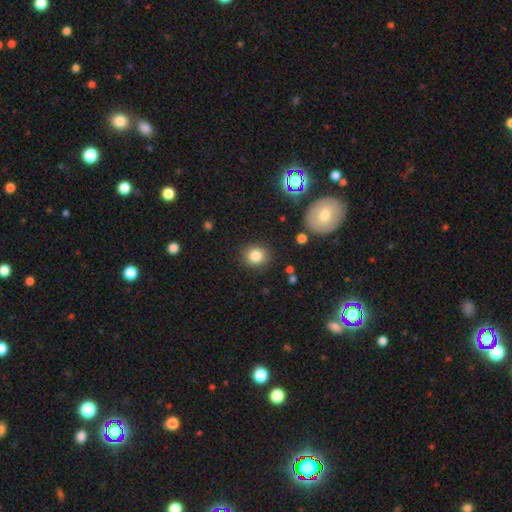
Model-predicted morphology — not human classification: Smooth or featured? Predicted: smooth (p=0.82). How rounded? Predicted: round (p=0.85). Merging? Predicted: none (p=0.87).